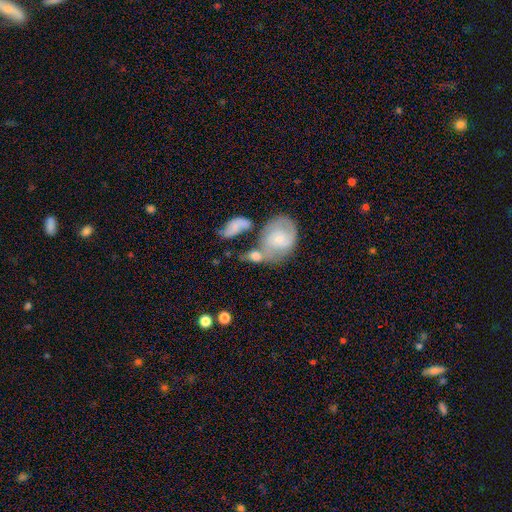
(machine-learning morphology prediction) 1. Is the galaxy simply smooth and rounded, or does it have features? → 48% smooth, 43% featured or disk, 8% star or artifact.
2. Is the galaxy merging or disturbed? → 47% merger, 28% none, 15% minor disturbance, 11% major disturbance.